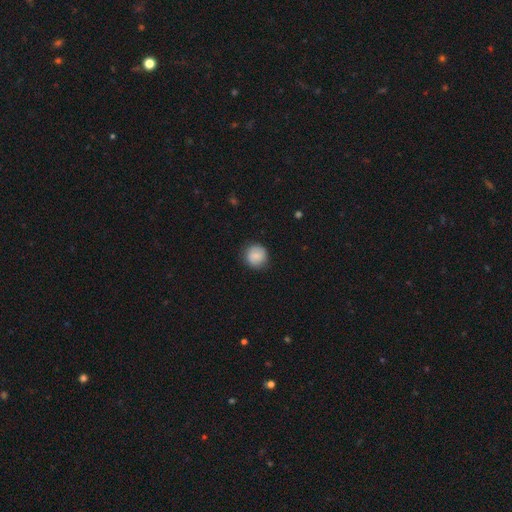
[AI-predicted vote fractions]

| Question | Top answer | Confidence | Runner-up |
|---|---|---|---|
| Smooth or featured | smooth | 83% | featured or disk (9%) |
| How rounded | round | 92% | in between (7%) |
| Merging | none | 85% | minor disturbance (11%) |